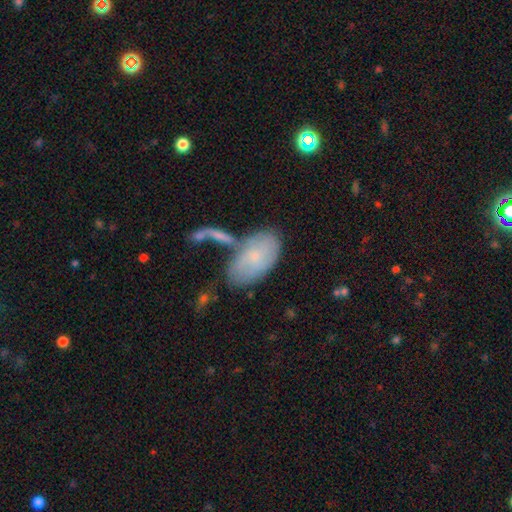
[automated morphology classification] A smooth galaxy with no disk features (53%) that is in between round and cigar-shaped (92%). Merging: none (43%).